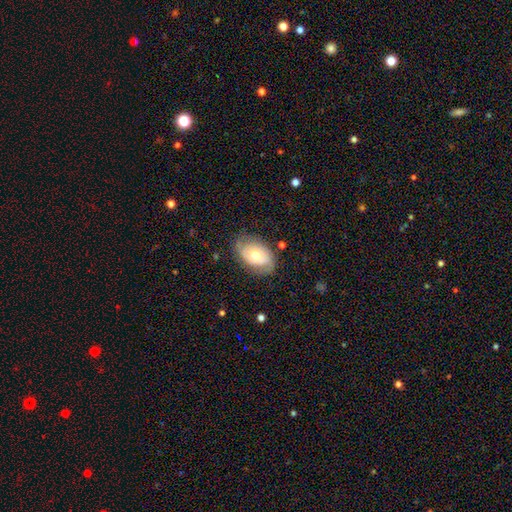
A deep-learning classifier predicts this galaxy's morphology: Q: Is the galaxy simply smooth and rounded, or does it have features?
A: featured or disk — 49%.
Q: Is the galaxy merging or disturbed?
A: none — 70%.